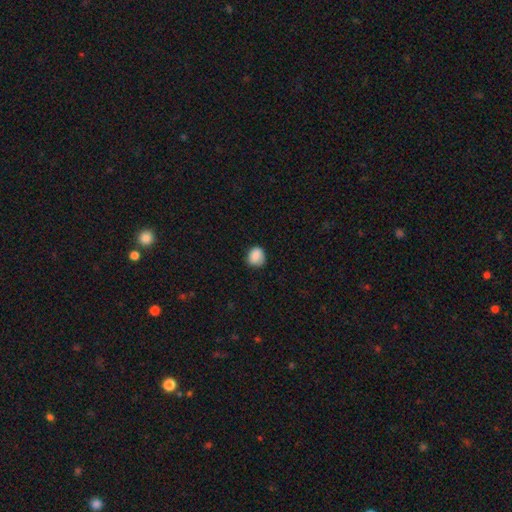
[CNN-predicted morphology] smooth_or_featured: smooth (p=0.86) [alt: star or artifact p=0.08]
how_rounded: round (p=0.68) [alt: in between p=0.31]
merging: none (p=0.73) [alt: minor disturbance p=0.22]